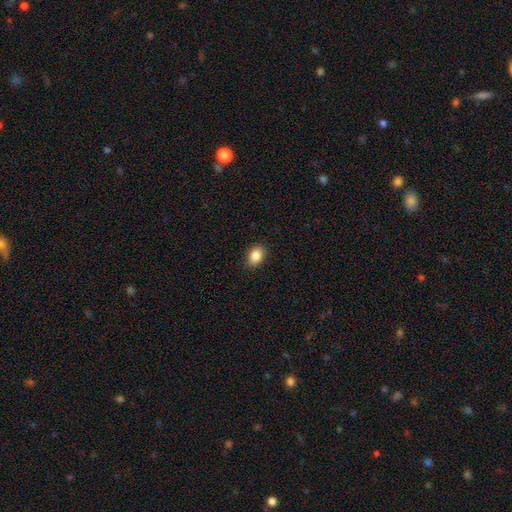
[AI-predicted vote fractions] A smooth galaxy with no disk features (87%) that is in between round and cigar-shaped (79%).

Vote fractions:
- Smooth or featured? smooth: 87% / star or artifact: 8% / featured or disk: 5%
- How rounded? in between: 79% / round: 19% / cigar-shaped: 1%
- Merging? none: 90% / minor disturbance: 8% / major disturbance: 2% / merger: 1%